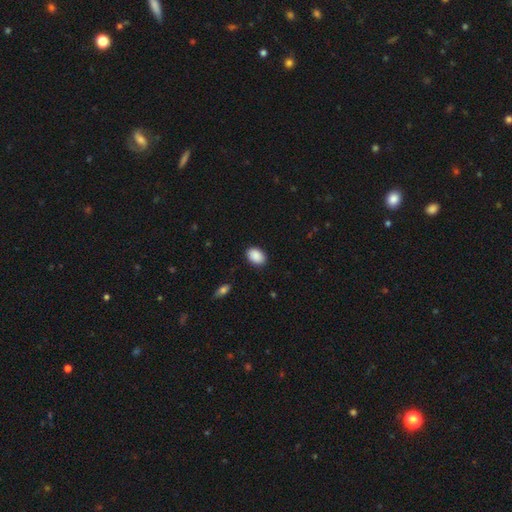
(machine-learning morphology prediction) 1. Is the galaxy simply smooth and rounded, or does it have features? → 88% smooth, 7% star or artifact, 5% featured or disk.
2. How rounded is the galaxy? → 79% in between, 20% round, 1% cigar-shaped.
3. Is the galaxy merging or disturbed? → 85% none, 12% minor disturbance, 2% major disturbance, 1% merger.